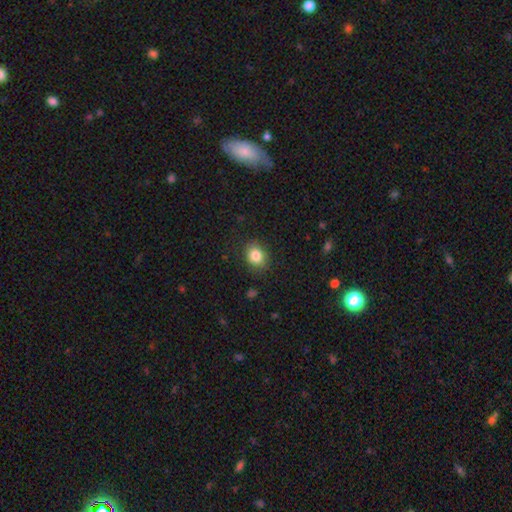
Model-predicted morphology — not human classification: smooth-or-featured: smooth: 84% | star or artifact: 10% | featured or disk: 6%
  how-rounded: round: 57% | in between: 42% | cigar-shaped: 1%
  merging: none: 85% | minor disturbance: 10% | major disturbance: 3% | merger: 1%